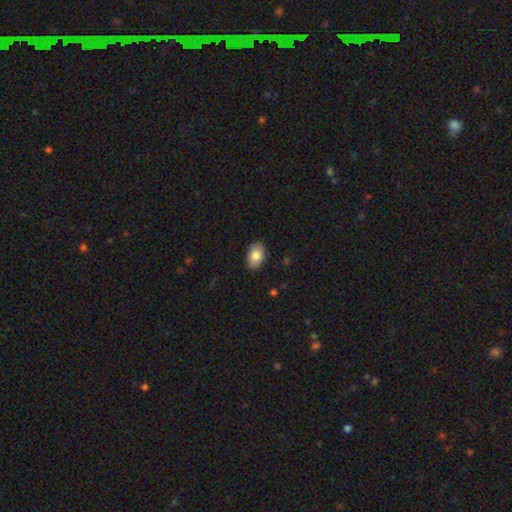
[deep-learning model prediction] smooth-or-featured: smooth: 84% | featured or disk: 9% | star or artifact: 7%
  how-rounded: in between: 88% | round: 11% | cigar-shaped: 1%
  merging: none: 87% | minor disturbance: 10% | major disturbance: 2% | merger: 1%